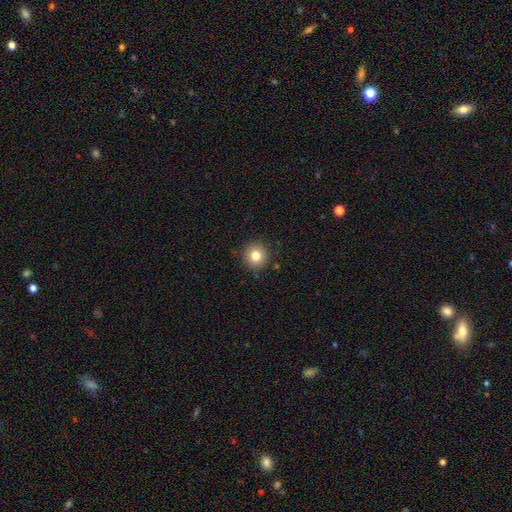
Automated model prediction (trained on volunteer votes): This appears to be a smooth galaxy with no disk features (80%) that is round (94%). Merging: none (90%).